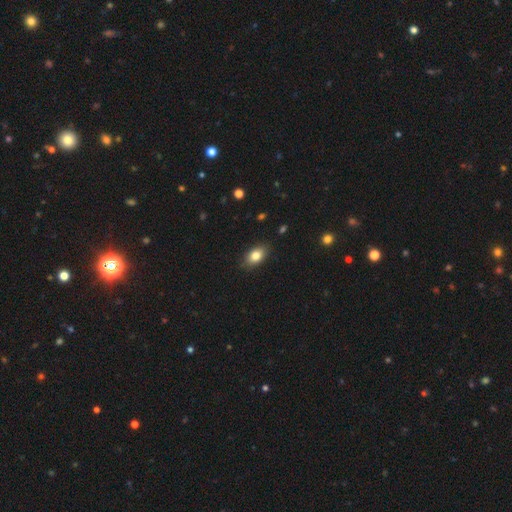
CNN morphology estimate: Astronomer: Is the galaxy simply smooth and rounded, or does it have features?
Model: smooth — 82%.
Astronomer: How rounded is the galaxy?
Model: in between — 88%.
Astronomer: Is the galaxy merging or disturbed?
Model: none — 86%.